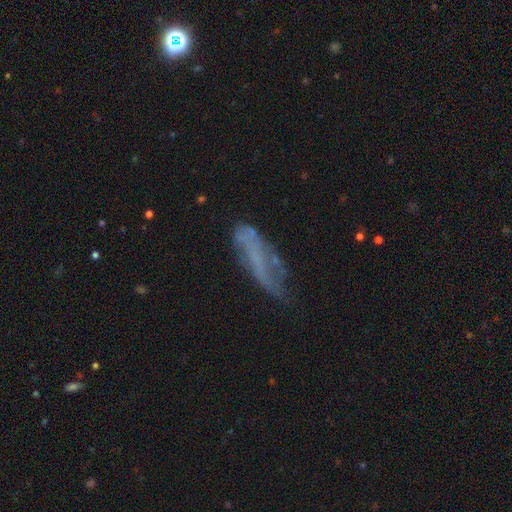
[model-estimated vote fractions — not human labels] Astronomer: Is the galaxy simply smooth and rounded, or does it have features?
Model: featured or disk — 51% (runner-up: smooth, 34%).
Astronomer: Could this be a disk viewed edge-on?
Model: no — 73%.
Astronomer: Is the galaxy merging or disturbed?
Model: none — 51% (runner-up: minor disturbance, 28%).